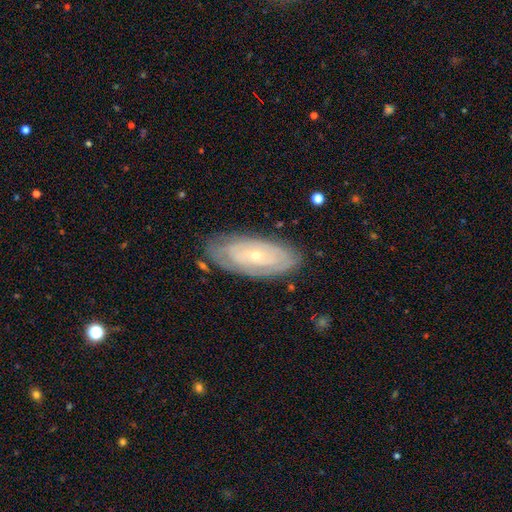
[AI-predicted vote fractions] smooth_or_featured: featured or disk (p=0.75) [alt: smooth p=0.19]
disk_edge_on: no (p=0.91) [alt: yes p=0.09]
bar: no (p=0.79) [alt: weak p=0.17]
has_spiral_arms: yes (p=0.80) [alt: no p=0.20]
spiral_winding: tight (p=0.80) [alt: medium p=0.15]
spiral_arm_count: can't tell (p=0.59) [alt: 2 p=0.19]
bulge_size: small (p=0.76) [alt: moderate p=0.21]
merging: none (p=0.78) [alt: minor disturbance p=0.16]